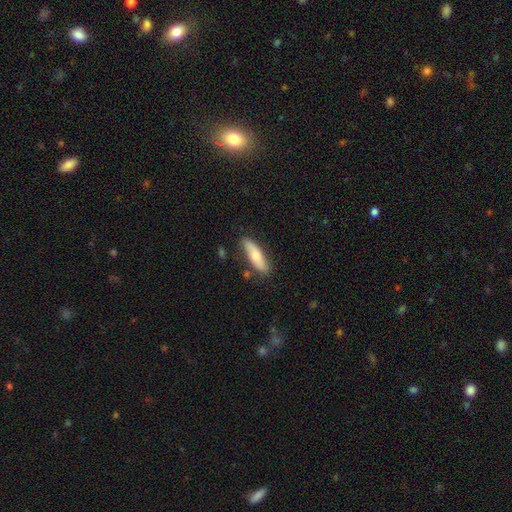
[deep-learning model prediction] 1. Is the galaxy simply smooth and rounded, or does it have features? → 62% smooth, 33% featured or disk, 6% star or artifact.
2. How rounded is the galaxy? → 58% cigar-shaped, 39% in between, 2% round.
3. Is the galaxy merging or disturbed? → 80% none, 15% minor disturbance, 3% major disturbance, 3% merger.